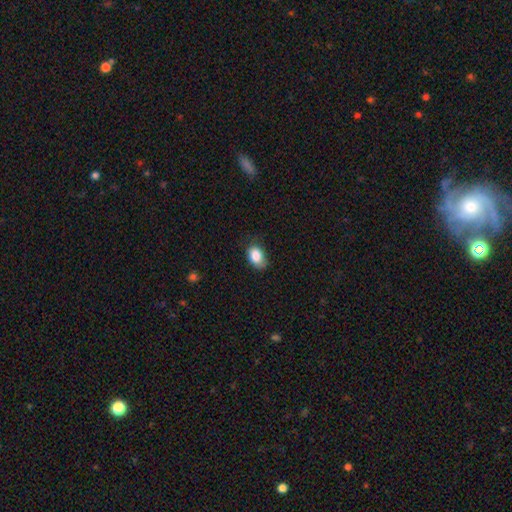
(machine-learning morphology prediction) This is clearly a smooth galaxy (85%). How rounded: likely in between (77%). Merging: likely none (62%).